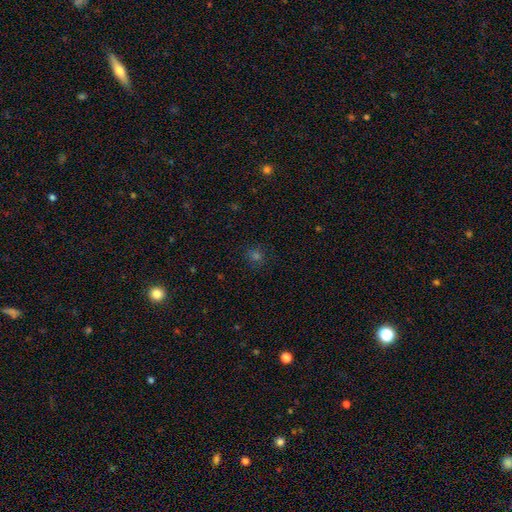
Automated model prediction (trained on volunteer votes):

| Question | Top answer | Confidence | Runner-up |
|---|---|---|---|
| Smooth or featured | smooth | 60% | star or artifact (33%) |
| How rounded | round | 83% | in between (15%) |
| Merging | none | 87% | minor disturbance (9%) |